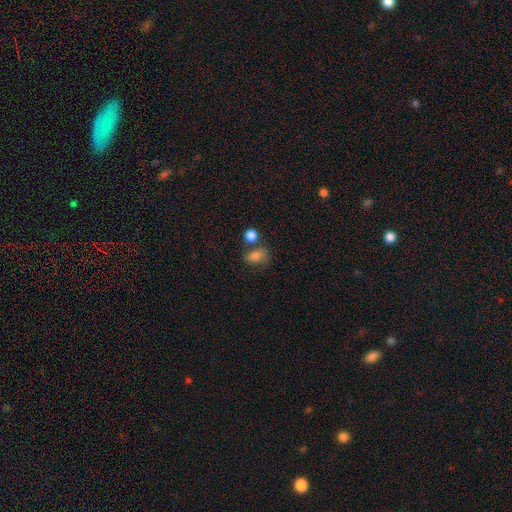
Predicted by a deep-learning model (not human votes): Overall: smooth (77%). How rounded: in between (68%; round 30%). Merging: none (50%; minor disturbance 21%).